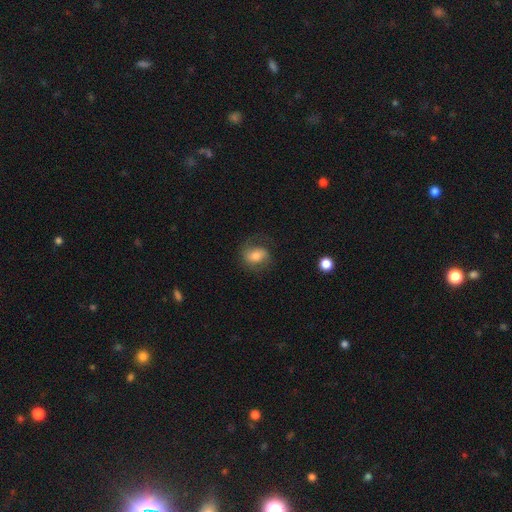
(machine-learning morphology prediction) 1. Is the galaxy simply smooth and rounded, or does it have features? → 53% smooth, 39% featured or disk, 8% star or artifact.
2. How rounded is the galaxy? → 57% in between, 42% round, 1% cigar-shaped.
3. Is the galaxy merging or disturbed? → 61% none, 21% minor disturbance, 17% major disturbance, 2% merger.